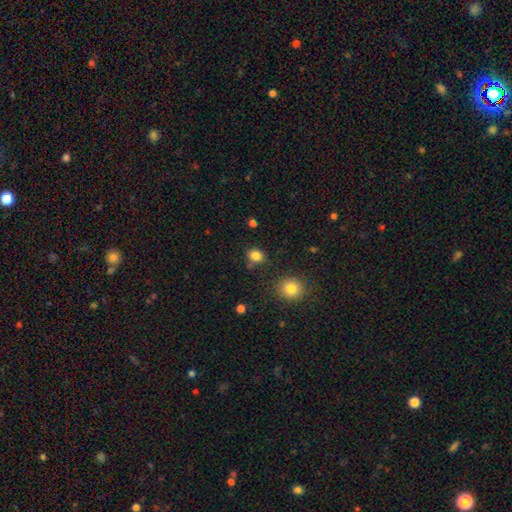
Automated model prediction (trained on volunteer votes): Smooth or featured? smooth (83%)
How rounded? round (61%)
Merging? none (78%)